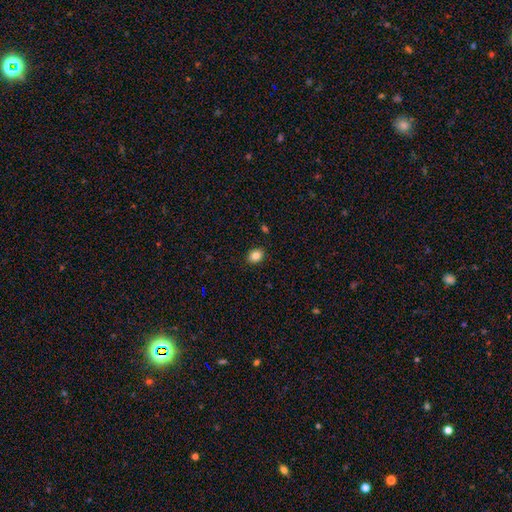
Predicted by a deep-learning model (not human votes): Morphology: type=smooth (85%); roundness=in between (57%); merging=none (89%).